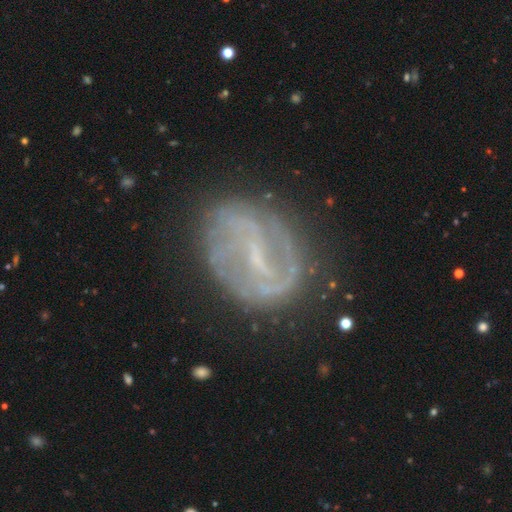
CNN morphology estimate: featured or disk 79%, smooth 13%, star or artifact 9%. Down the decision tree: edge-on disk — no (97%); bar — strong (46%); spiral arms — yes (78%); spiral arm count — 2 (65%); spiral winding — medium (39%); bulge size — small (57%); merging — none (70%).